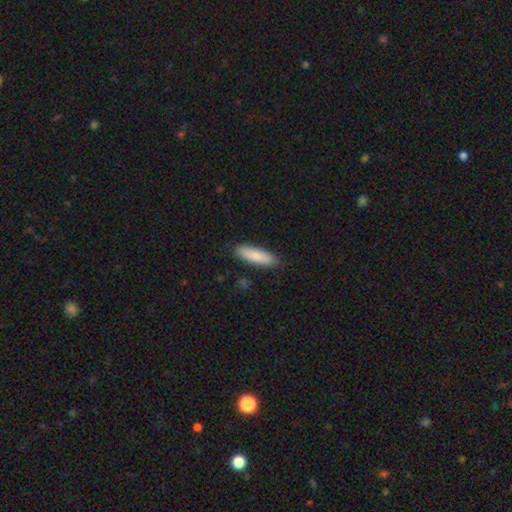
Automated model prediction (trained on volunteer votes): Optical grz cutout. It shows a smooth galaxy with no disk features (85%) that is cigar-shaped (63%). Merging: none (89%).